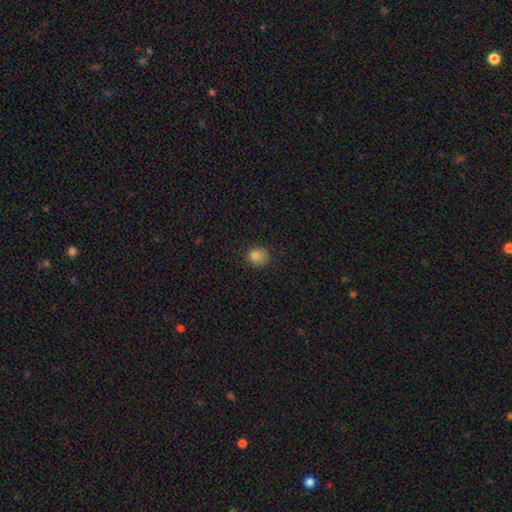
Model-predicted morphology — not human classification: Smooth or featured? Predicted: smooth (p=0.81). How rounded? Predicted: round (p=0.81). Merging? Predicted: none (p=0.76).